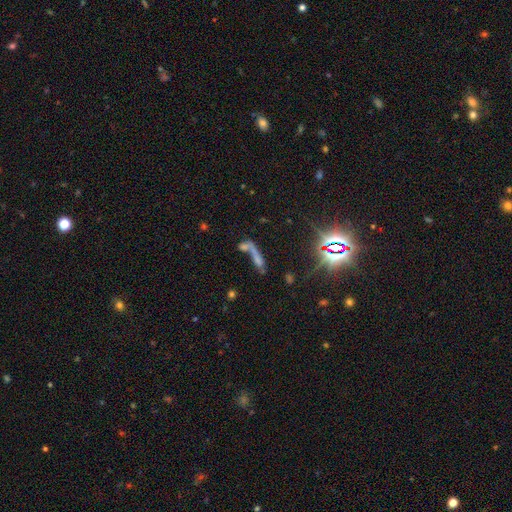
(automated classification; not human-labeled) This appears to be a smooth galaxy with no disk features (40%). Merging: merger (52%).